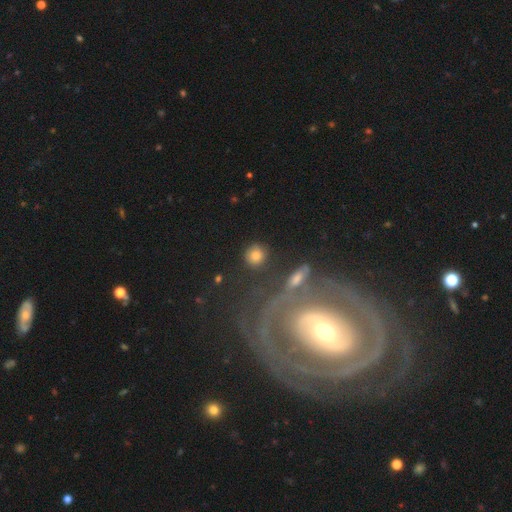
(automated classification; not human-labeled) Q: Smooth or featured?
A: smooth (77%); runner-up: featured or disk (13%)
Q: How rounded?
A: round (89%); runner-up: in between (9%)
Q: Merging?
A: none (79%); runner-up: minor disturbance (11%)